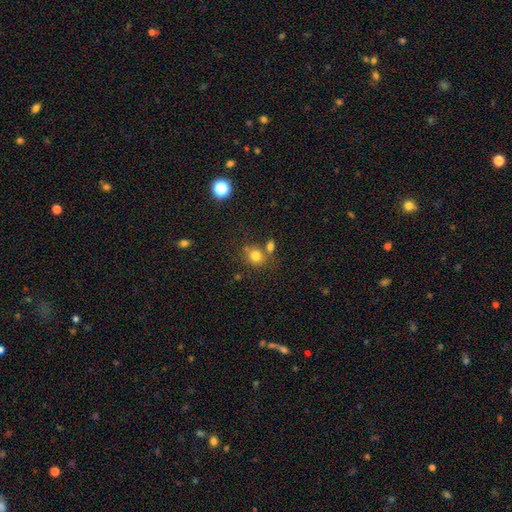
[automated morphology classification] Smooth or featured?
  - smooth: 78% *
  - star or artifact: 14%
  - featured or disk: 9%
How rounded?
  - round: 64% *
  - in between: 34%
  - cigar-shaped: 1%
Merging?
  - none: 59% *
  - merger: 23%
  - minor disturbance: 13%
  - major disturbance: 5%